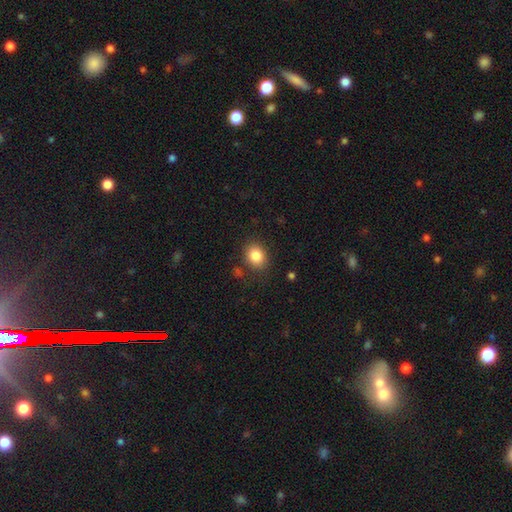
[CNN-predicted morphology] Smooth or featured? Predicted: smooth (p=0.84). How rounded? Predicted: round (p=0.53). Merging? Predicted: none (p=0.83).